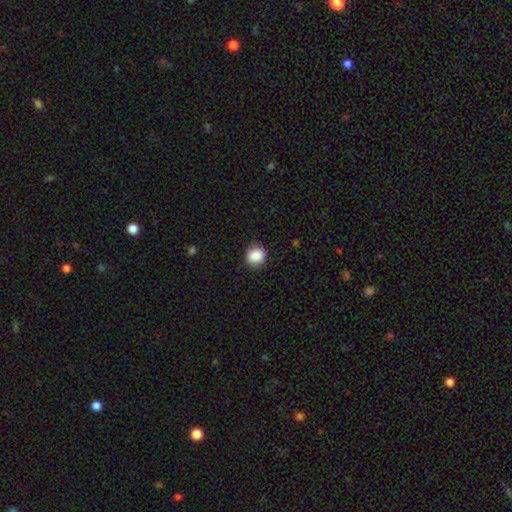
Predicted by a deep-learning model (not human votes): smooth 88%, star or artifact 9%, featured or disk 3%. Down the decision tree: how rounded — round (84%); merging — none (86%).